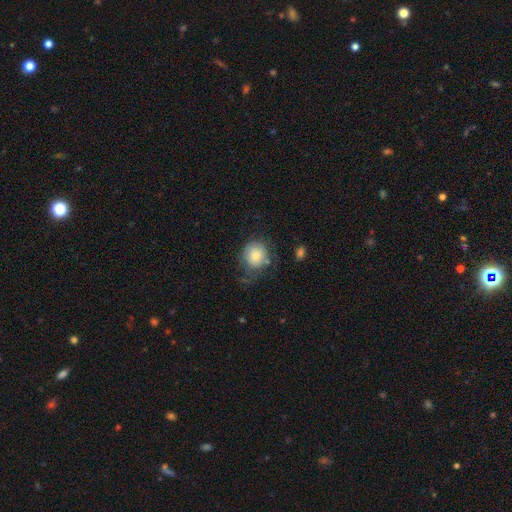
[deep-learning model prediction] smooth 76%, featured or disk 16%, star or artifact 8%. Down the decision tree: how rounded — round (82%); merging — none (53%).